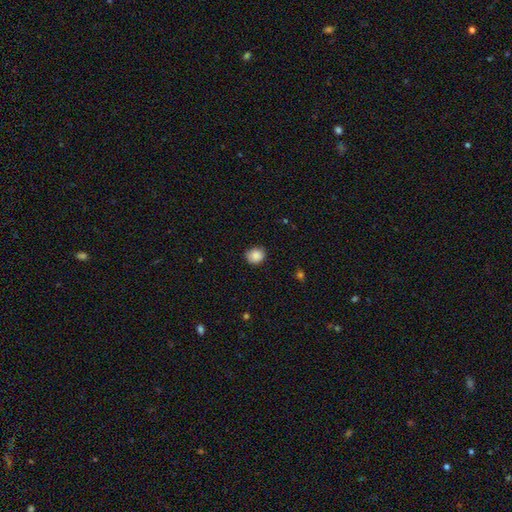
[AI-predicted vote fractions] Morphology: type=smooth (87%); roundness=round (78%); merging=none (85%).